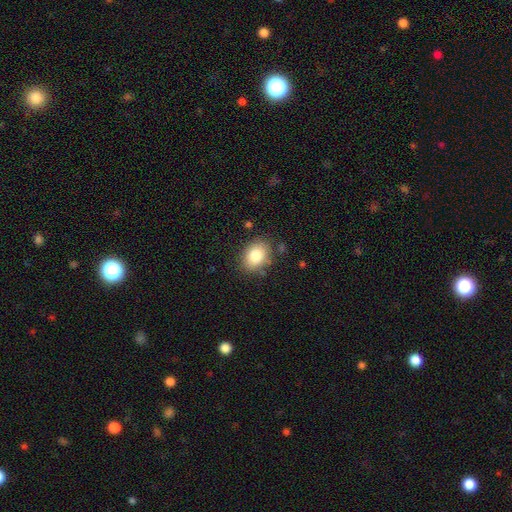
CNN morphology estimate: A smooth galaxy with no disk features (83%) that is in between round and cigar-shaped (69%).

Vote fractions:
- Smooth or featured? smooth: 83% / featured or disk: 9% / star or artifact: 8%
- How rounded? in between: 69% / round: 30% / cigar-shaped: 1%
- Merging? none: 81% / minor disturbance: 13% / major disturbance: 4% / merger: 2%